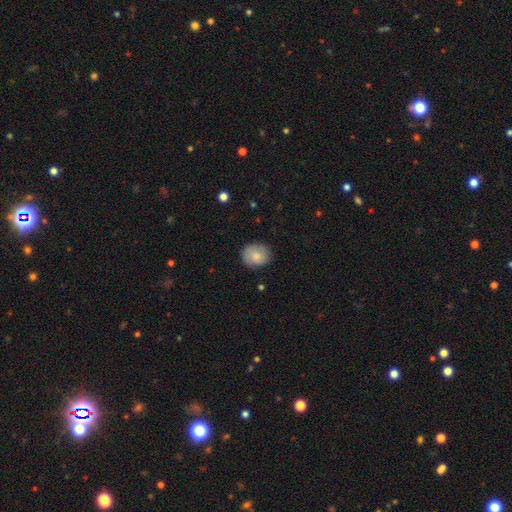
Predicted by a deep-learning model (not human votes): Overall: smooth (80%). How rounded: round (69%; in between 30%). Merging: none (81%).